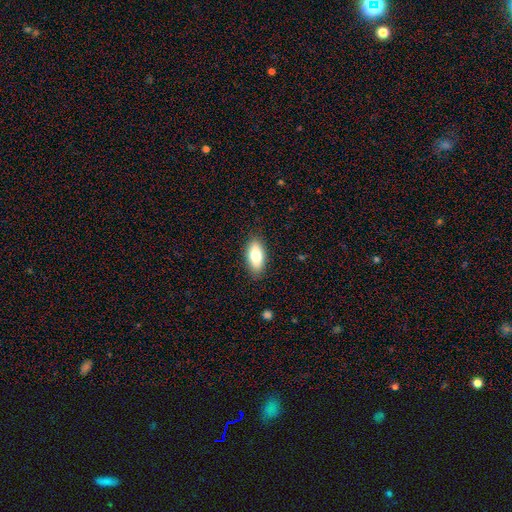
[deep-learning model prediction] Smooth or featured: smooth — 76% (featured or disk — 17%)
How rounded: in between — 87% (cigar-shaped — 10%)
Merging: none — 87% (minor disturbance — 10%)